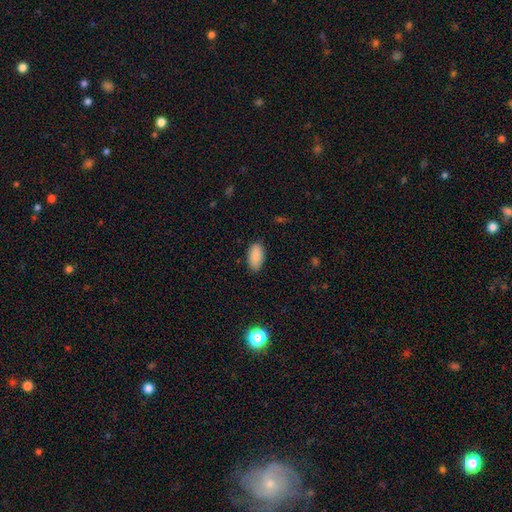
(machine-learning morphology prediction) A smooth galaxy with no disk features (88%) that is in between round and cigar-shaped (94%).

Vote fractions:
- Smooth or featured? smooth: 88% / star or artifact: 7% / featured or disk: 5%
- How rounded? in between: 94% / round: 3% / cigar-shaped: 3%
- Merging? none: 85% / minor disturbance: 12% / major disturbance: 2% / merger: 1%